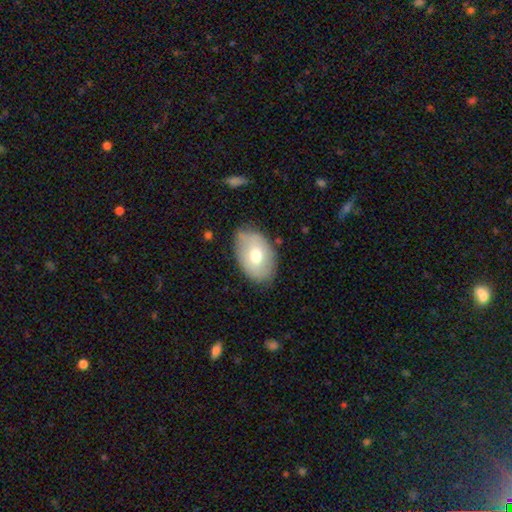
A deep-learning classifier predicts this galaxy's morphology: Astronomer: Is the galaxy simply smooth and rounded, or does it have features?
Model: smooth — 68%.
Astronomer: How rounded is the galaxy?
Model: in between — 87%.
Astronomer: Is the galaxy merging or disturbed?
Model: none — 74%.